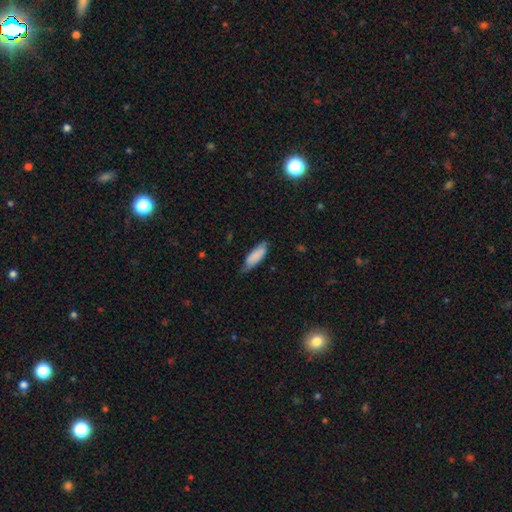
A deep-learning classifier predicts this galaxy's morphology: Overall: smooth (84%). How rounded: in between (61%; cigar-shaped 38%). Merging: none (60%; minor disturbance 33%).